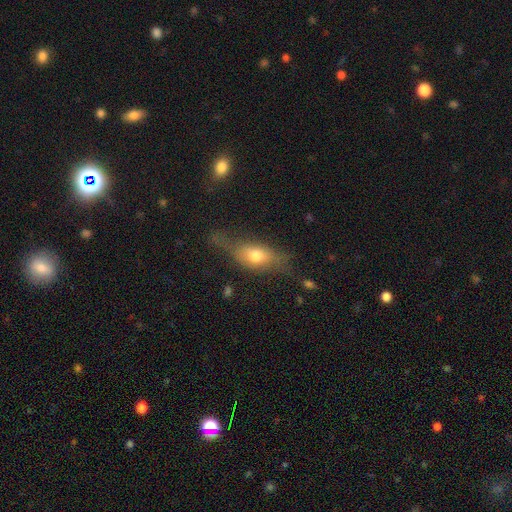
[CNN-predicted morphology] The model was most divided on "merging": none: 47%, minor disturbance: 28%, major disturbance: 22%, merger: 3%. More confident: how rounded — in between (71%); smooth or featured — smooth (59%).